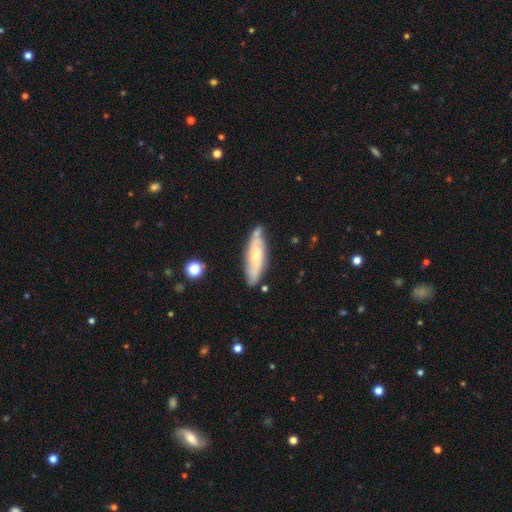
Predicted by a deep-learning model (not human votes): Smooth or featured?
  - featured or disk: 52% *
  - smooth: 42%
  - star or artifact: 6%
Edge-on disk?
  - no: 66% *
  - yes: 34%
Merging?
  - none: 68% *
  - minor disturbance: 21%
  - merger: 6%
  - major disturbance: 4%